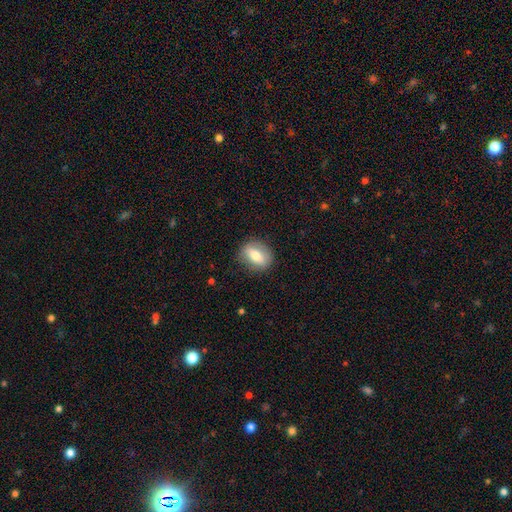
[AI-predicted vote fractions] The model was most divided on "how rounded": in between: 58%, round: 39%, cigar-shaped: 4%. More confident: merging — none (83%); smooth or featured — smooth (63%).